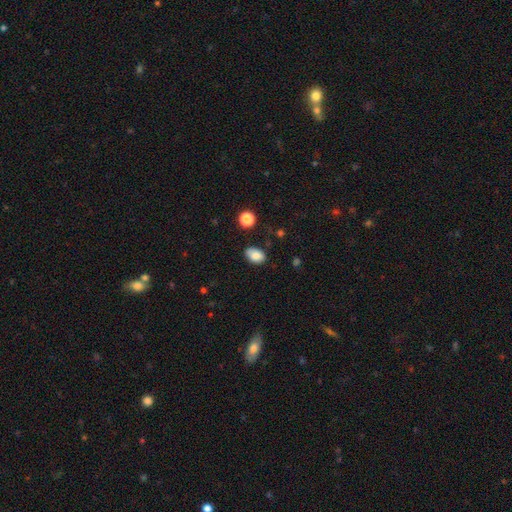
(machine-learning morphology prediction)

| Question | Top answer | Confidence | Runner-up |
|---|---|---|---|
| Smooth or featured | smooth | 84% | star or artifact (9%) |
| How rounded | in between | 84% | round (14%) |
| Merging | none | 76% | minor disturbance (18%) |